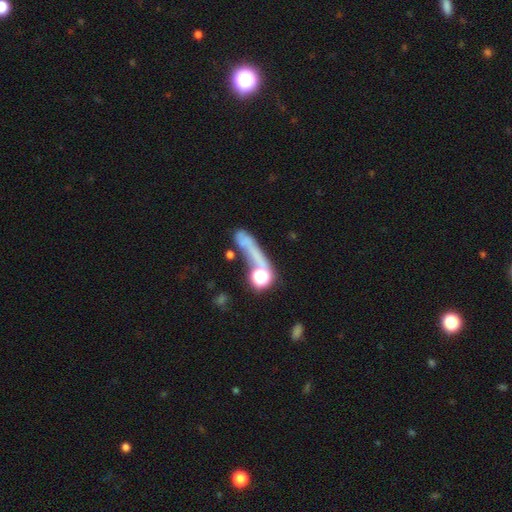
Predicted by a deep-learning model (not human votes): Smooth or featured: smooth — 48% (featured or disk — 27%)
Merging: none — 45% (merger — 21%)